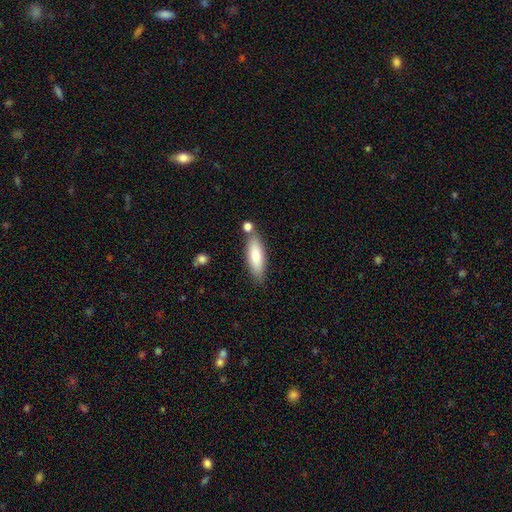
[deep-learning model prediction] Smooth or featured? Predicted: smooth (p=0.76). How rounded? Predicted: in between (p=0.50). Merging? Predicted: none (p=0.71).